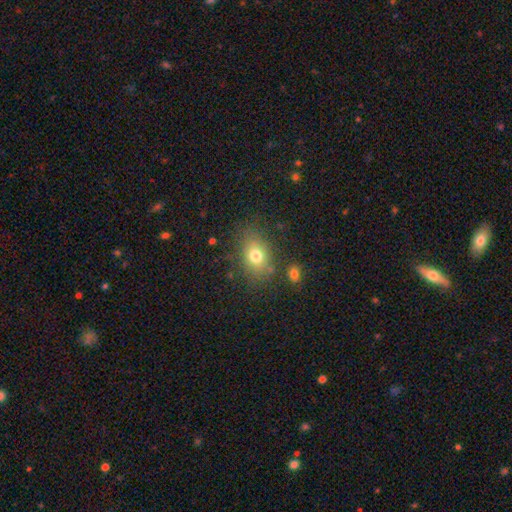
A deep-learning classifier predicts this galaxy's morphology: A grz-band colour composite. It shows a smooth galaxy with no disk features (74%) that is in between round and cigar-shaped (68%). Merging: none (75%).